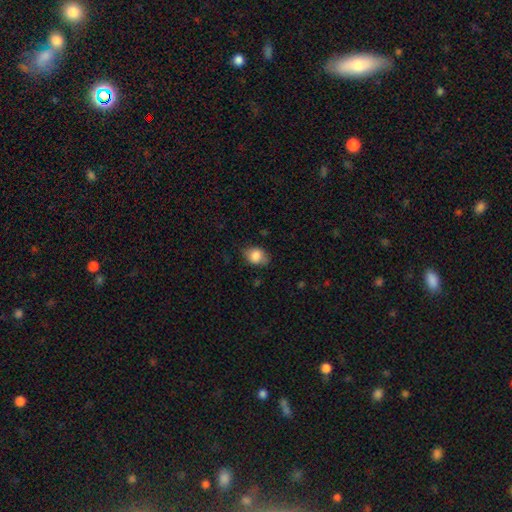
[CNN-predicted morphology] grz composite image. It shows a smooth galaxy with no disk features (83%) that is in between round and cigar-shaped (72%). Merging: none (73%).